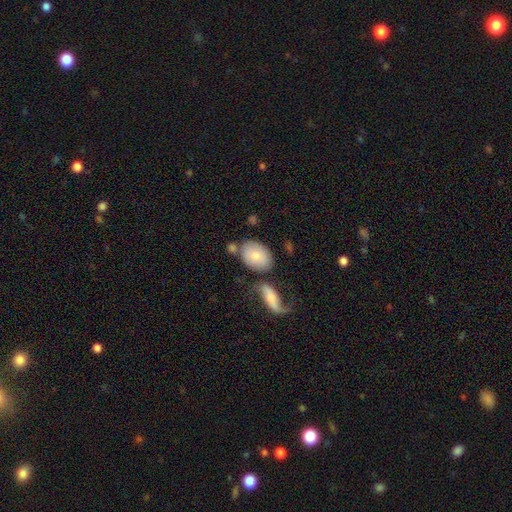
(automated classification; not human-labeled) Q: Smooth or featured?
A: smooth (75%); runner-up: featured or disk (18%)
Q: How rounded?
A: in between (78%); runner-up: round (21%)
Q: Merging?
A: none (60%); runner-up: merger (18%)